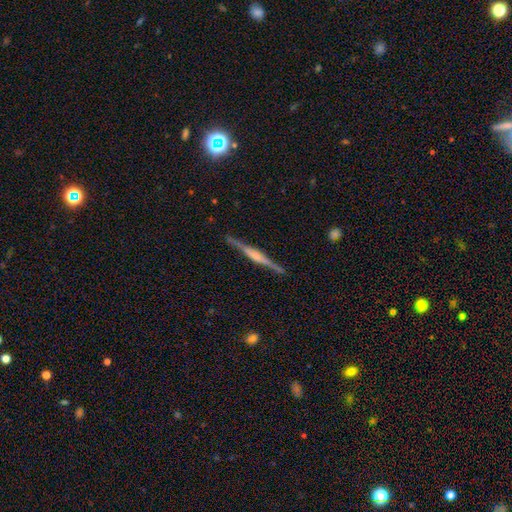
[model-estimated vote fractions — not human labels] Smooth or featured?
  - featured or disk: 79% *
  - smooth: 14%
  - star or artifact: 6%
Edge-on disk?
  - yes: 98% *
  - no: 2%
Edge-on bulge?
  - rounded: 61% *
  - boxy: 25%
  - none: 15%
Merging?
  - none: 89% *
  - minor disturbance: 8%
  - major disturbance: 2%
  - merger: 1%